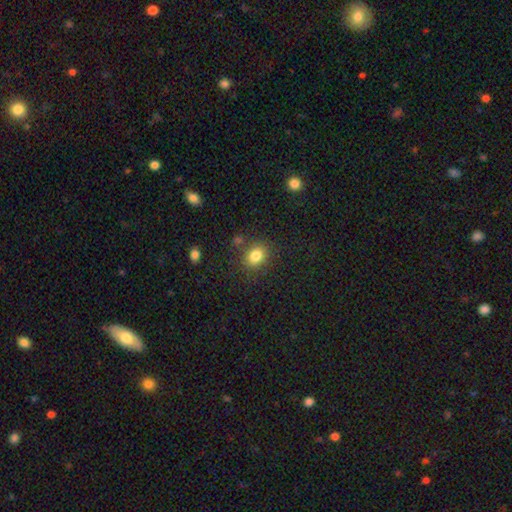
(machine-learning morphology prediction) The model was most divided on "how rounded": round: 57%, in between: 42%, cigar-shaped: 1%. More confident: smooth or featured — smooth (82%); merging — none (79%).